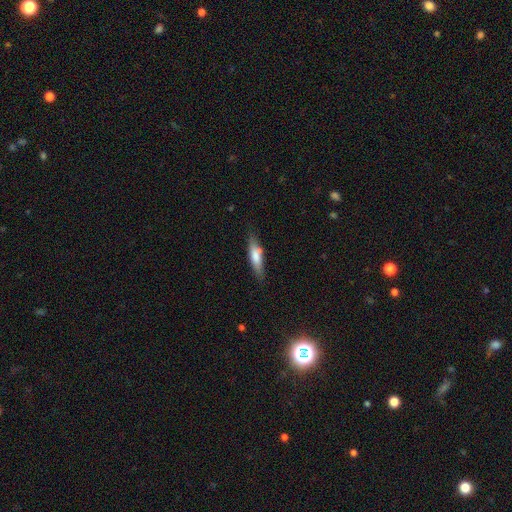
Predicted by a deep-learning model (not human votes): This appears to be a smooth galaxy with no disk features (65%) that is cigar-shaped (69%). Merging: none (77%).